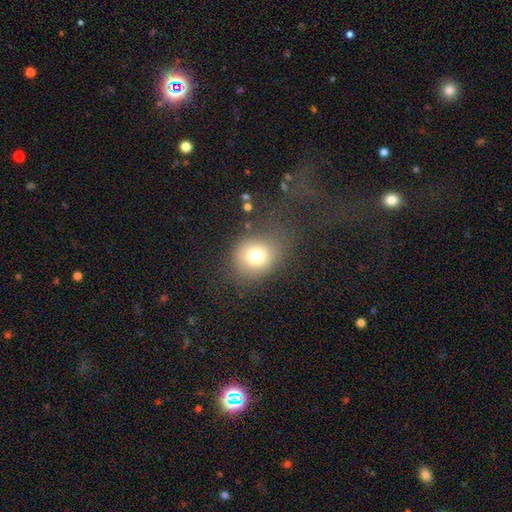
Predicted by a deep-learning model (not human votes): Smooth or featured: smooth — 73% (star or artifact — 14%)
How rounded: round — 70% (in between — 29%)
Merging: none — 64% (major disturbance — 17%)